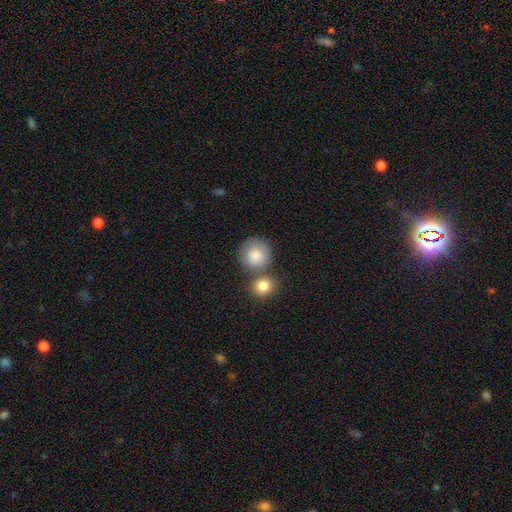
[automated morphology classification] Smooth or featured? smooth (83%)
How rounded? round (88%)
Merging? none (53%)